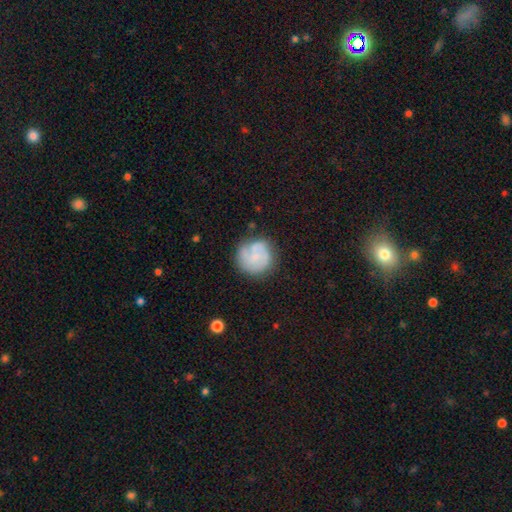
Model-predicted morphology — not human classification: smooth_or_featured: featured or disk (p=0.48) [alt: smooth p=0.45]
merging: none (p=0.70) [alt: minor disturbance p=0.18]